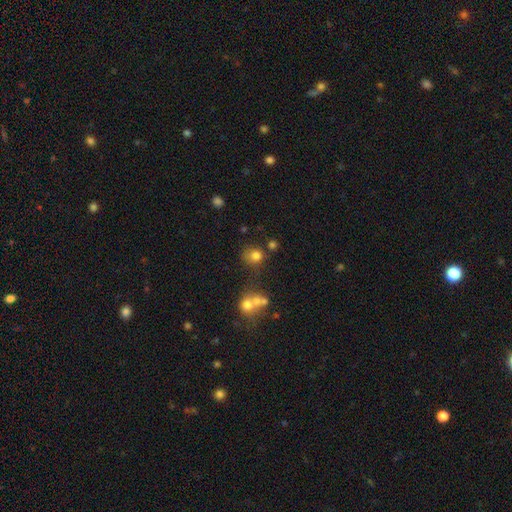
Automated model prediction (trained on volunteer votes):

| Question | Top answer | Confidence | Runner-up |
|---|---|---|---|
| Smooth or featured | smooth | 76% | star or artifact (15%) |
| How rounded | round | 82% | in between (17%) |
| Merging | none | 62% | merger (15%) |